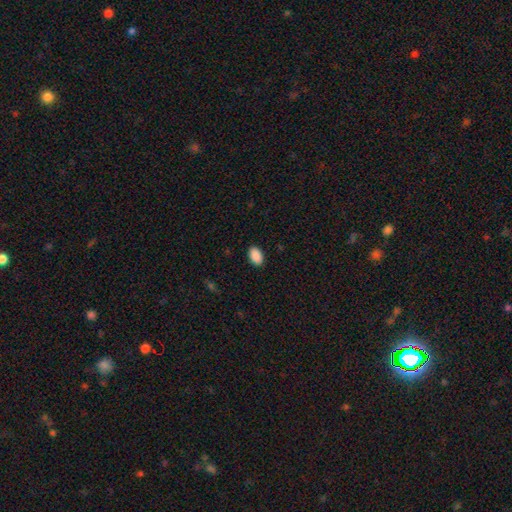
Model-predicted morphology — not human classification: Smooth or featured?
  - smooth: 90% *
  - star or artifact: 7%
  - featured or disk: 3%
How rounded?
  - in between: 92% *
  - round: 6%
  - cigar-shaped: 1%
Merging?
  - none: 89% *
  - minor disturbance: 8%
  - major disturbance: 2%
  - merger: 1%